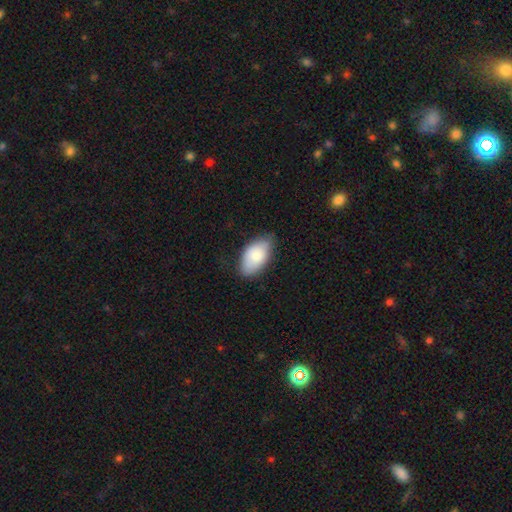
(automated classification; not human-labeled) smooth 78%, featured or disk 16%, star or artifact 6%. Down the decision tree: how rounded — in between (94%); merging — none (70%).